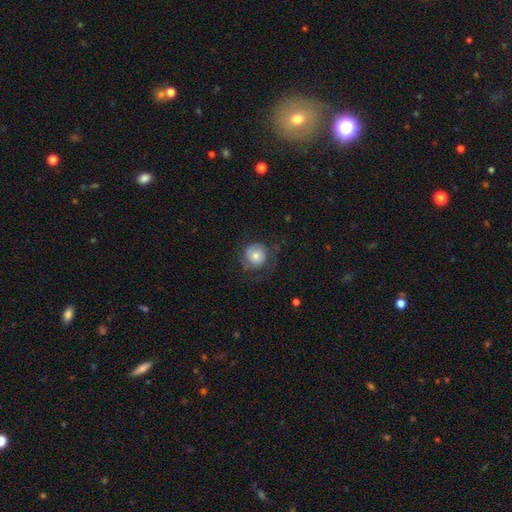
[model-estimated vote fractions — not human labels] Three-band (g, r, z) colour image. It shows a smooth galaxy with no disk features (65%) that is round (90%). Merging: none (58%).